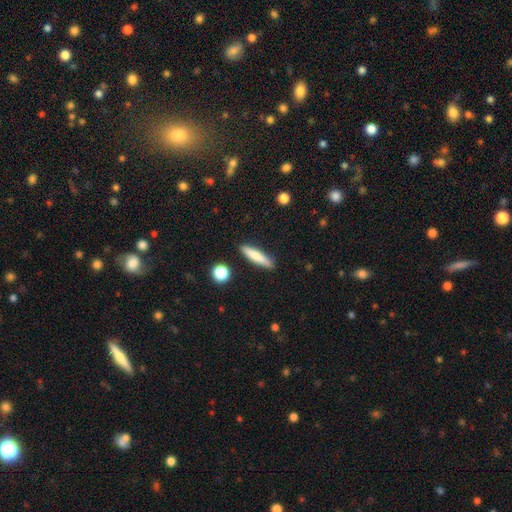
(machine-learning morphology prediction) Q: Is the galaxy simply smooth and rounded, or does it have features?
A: smooth — 73%.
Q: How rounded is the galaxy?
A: cigar-shaped — 86%.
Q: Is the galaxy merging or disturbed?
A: none — 88%.